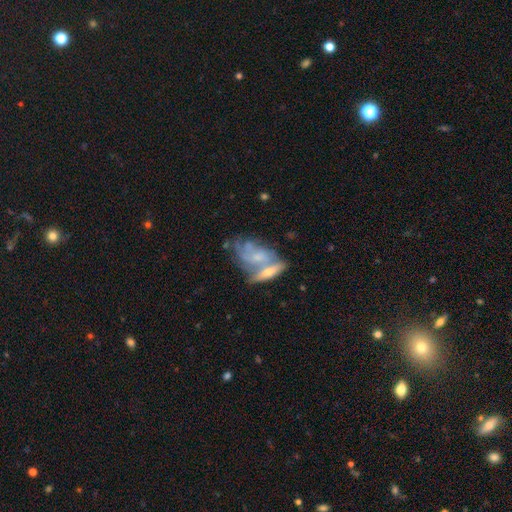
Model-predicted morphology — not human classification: smooth-or-featured: featured or disk: 60% | smooth: 32% | star or artifact: 8%
  disk-edge-on: no: 86% | yes: 14%
    bar: no: 73% | weak: 22% | strong: 5%
    has-spiral-arms: yes: 68% | no: 32%
    bulge-size: small: 58% | moderate: 25% | none: 13% | large: 3% | dominant: 2%
  merging: merger: 51% | none: 29% | minor disturbance: 13% | major disturbance: 8%